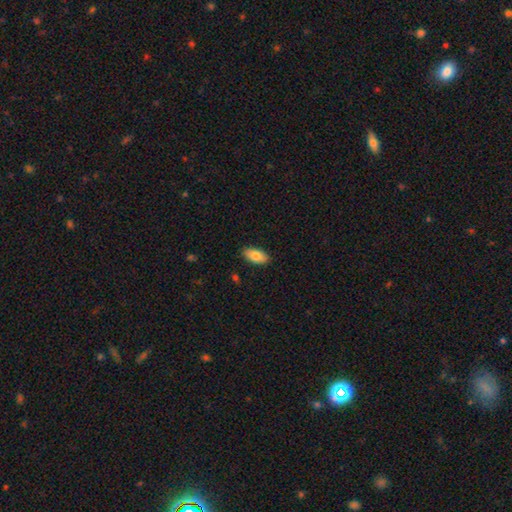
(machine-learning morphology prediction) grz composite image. It shows a smooth galaxy with no disk features (81%) that is in between round and cigar-shaped (93%). Merging: none (88%).